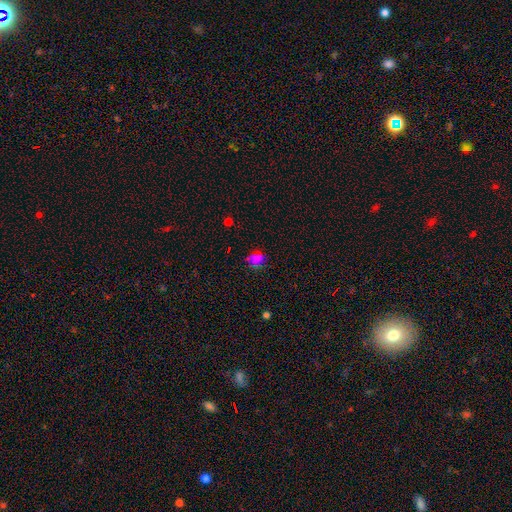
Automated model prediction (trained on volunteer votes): Smooth or featured? Predicted: smooth (p=0.57). How rounded? Predicted: round (p=0.67). Merging? Predicted: none (p=0.63).